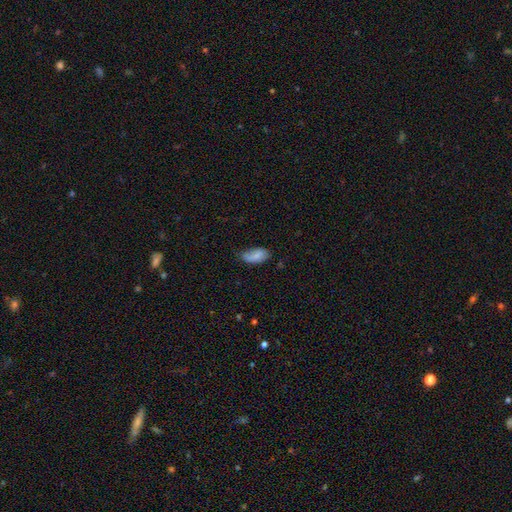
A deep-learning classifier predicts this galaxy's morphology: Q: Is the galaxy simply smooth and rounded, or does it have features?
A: smooth — 79%.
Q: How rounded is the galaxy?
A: in between — 92%.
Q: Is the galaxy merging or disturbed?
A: none — 49%.